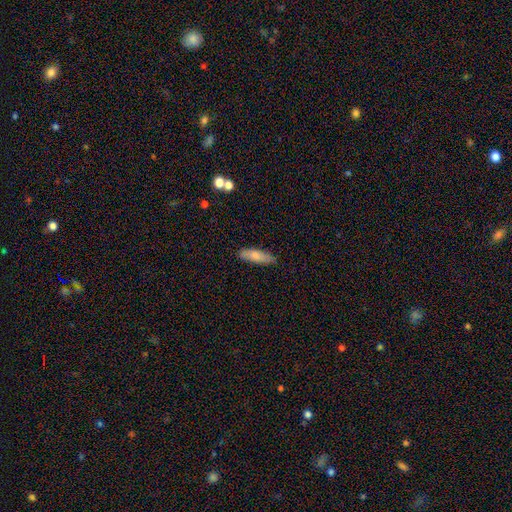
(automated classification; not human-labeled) Smooth or featured? Predicted: smooth (p=0.78). How rounded? Predicted: cigar-shaped (p=0.53). Merging? Predicted: none (p=0.78).